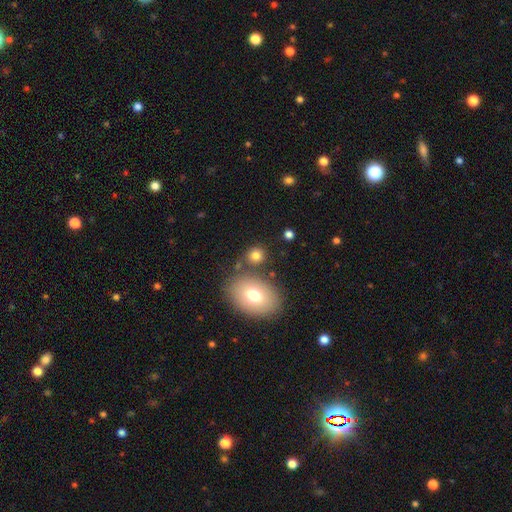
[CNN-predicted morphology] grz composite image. It shows a smooth galaxy with no disk features (79%) that is round (70%). Merging: none (72%).